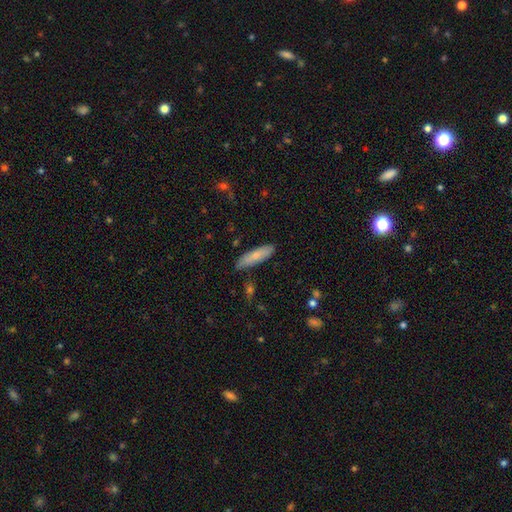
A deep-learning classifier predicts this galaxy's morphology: Smooth or featured? smooth (76%)
How rounded? cigar-shaped (65%)
Merging? none (83%)